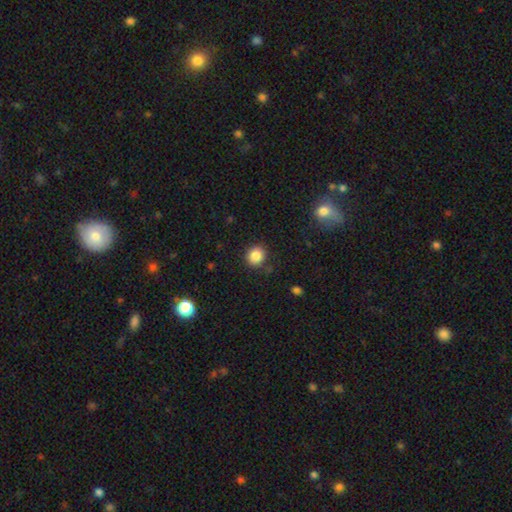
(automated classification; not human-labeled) This is clearly a smooth galaxy (85%). How rounded: clearly round (86%). Merging: clearly none (86%).